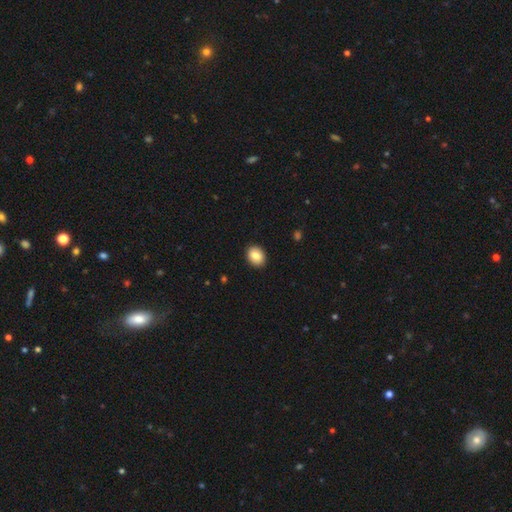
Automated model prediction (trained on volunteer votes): smooth-or-featured: smooth: 86% | star or artifact: 8% | featured or disk: 6%
  how-rounded: in between: 58% | round: 41% | cigar-shaped: 1%
  merging: none: 91% | minor disturbance: 7% | major disturbance: 2% | merger: 1%